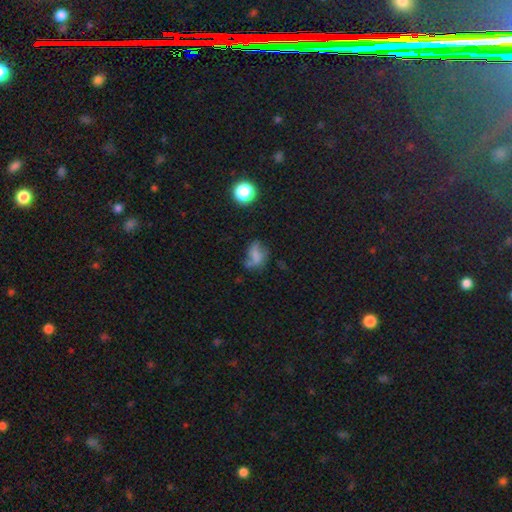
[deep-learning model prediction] Q: Smooth or featured?
A: smooth (51%); runner-up: featured or disk (32%)
Q: How rounded?
A: in between (72%); runner-up: round (24%)
Q: Merging?
A: none (38%); runner-up: minor disturbance (27%)